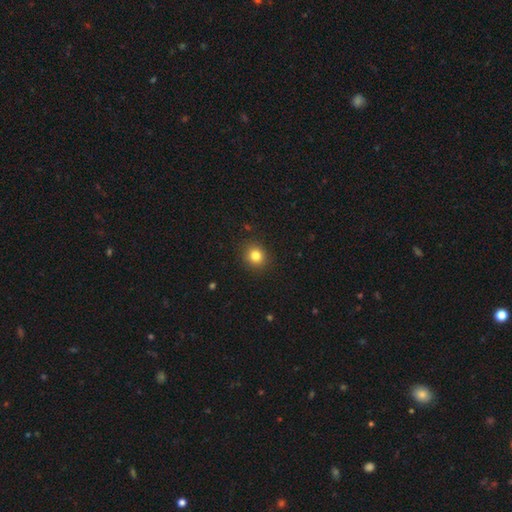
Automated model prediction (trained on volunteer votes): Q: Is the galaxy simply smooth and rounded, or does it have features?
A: smooth — 82%.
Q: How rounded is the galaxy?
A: round — 86%.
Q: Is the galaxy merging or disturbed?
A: none — 91%.